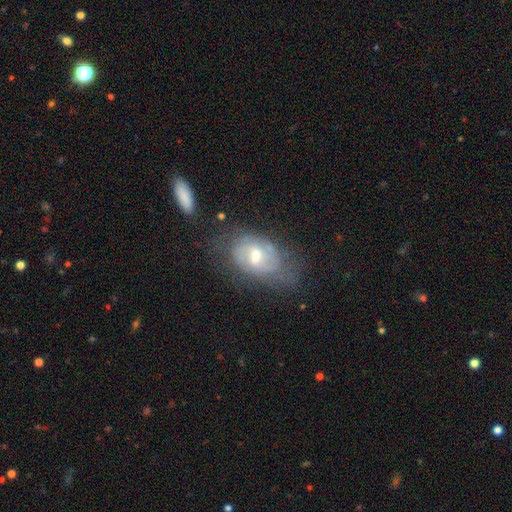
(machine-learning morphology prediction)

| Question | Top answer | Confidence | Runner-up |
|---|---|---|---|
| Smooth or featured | featured or disk | 67% | smooth (26%) |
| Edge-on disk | no | 94% | yes (6%) |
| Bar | weak | 57% | no (29%) |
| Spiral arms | yes | 77% | no (23%) |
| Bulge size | moderate | 62% | small (24%) |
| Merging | none | 50% | minor disturbance (28%) |